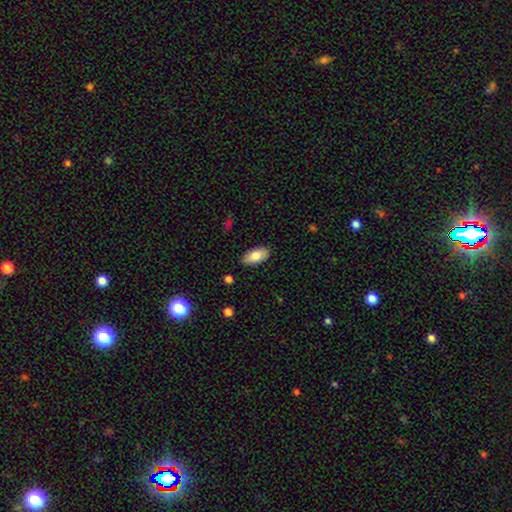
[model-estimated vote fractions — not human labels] smooth_or_featured: smooth (p=0.82) [alt: featured or disk p=0.11]
how_rounded: in between (p=0.92) [alt: cigar-shaped p=0.05]
merging: none (p=0.87) [alt: minor disturbance p=0.10]